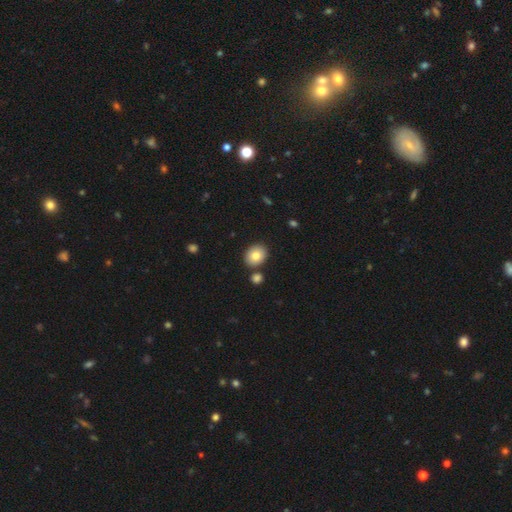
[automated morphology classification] Smooth or featured: smooth — 82% (featured or disk — 10%)
How rounded: in between — 52% (round — 48%)
Merging: none — 81% (minor disturbance — 9%)